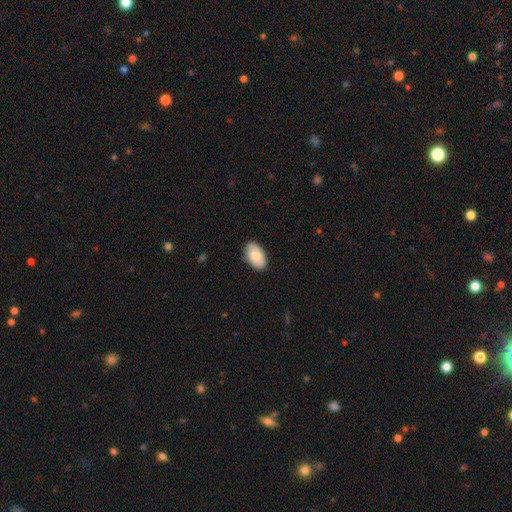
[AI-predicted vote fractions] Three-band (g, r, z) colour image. It shows a smooth galaxy with no disk features (81%) that is in between round and cigar-shaped (94%). Merging: none (86%).